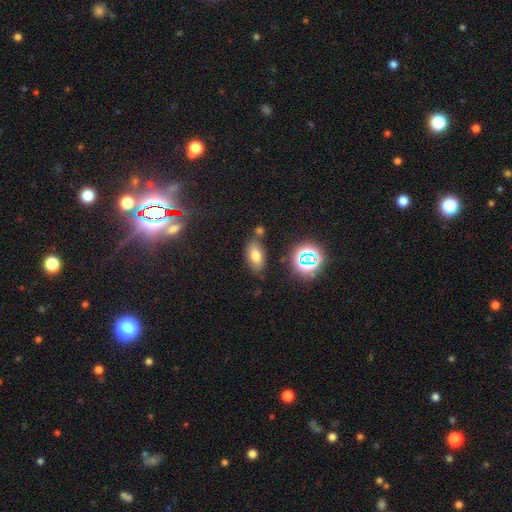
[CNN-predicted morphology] This appears to be a smooth galaxy with no disk features (68%) that is in between round and cigar-shaped (87%). Merging: none (71%).